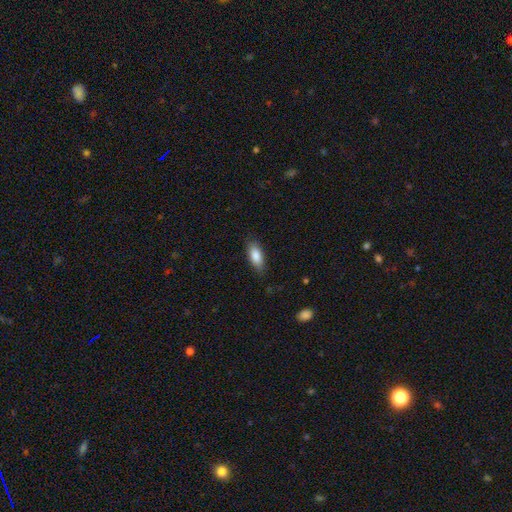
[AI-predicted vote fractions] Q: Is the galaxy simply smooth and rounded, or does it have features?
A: smooth — 85%.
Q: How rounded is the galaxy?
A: in between — 79%.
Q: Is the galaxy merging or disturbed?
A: none — 82%.